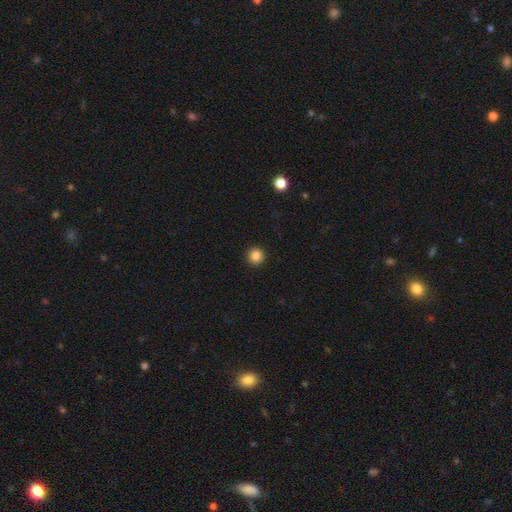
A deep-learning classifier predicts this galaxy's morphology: Smooth or featured? smooth (86%)
How rounded? round (94%)
Merging? none (93%)